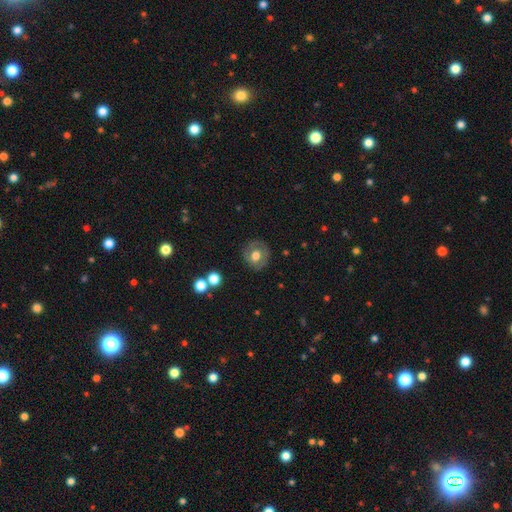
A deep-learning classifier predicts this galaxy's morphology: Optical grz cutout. It shows a smooth galaxy with no disk features (54%) that is round (85%). Merging: none (83%).